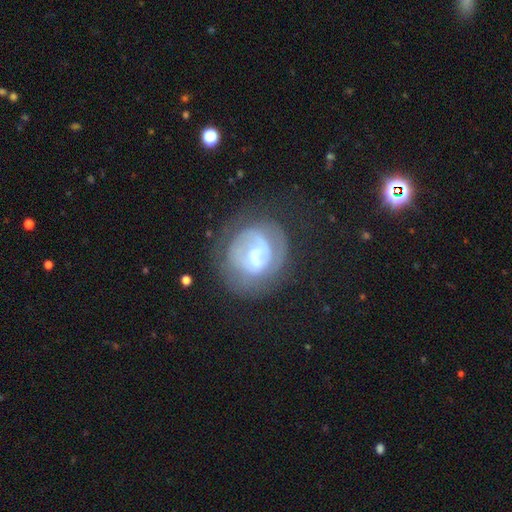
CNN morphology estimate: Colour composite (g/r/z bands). It shows a featured or disk galaxy (66%) with a weak bar (49%), spiral arms (67%) and a small central bulge (39%, tied with moderate). Merging: none (54%).